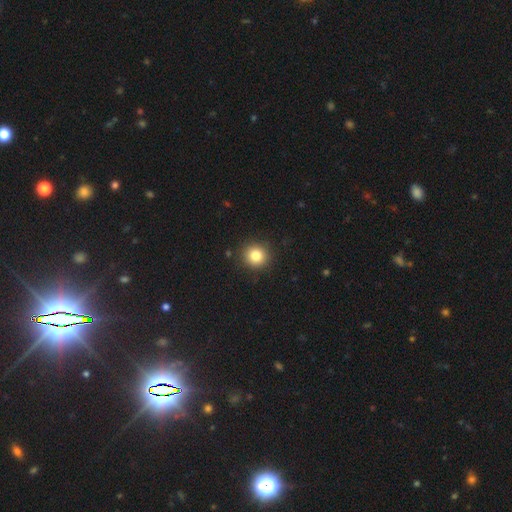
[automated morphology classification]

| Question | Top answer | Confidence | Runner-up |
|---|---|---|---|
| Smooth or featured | smooth | 82% | star or artifact (11%) |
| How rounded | round | 92% | in between (7%) |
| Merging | none | 91% | minor disturbance (6%) |